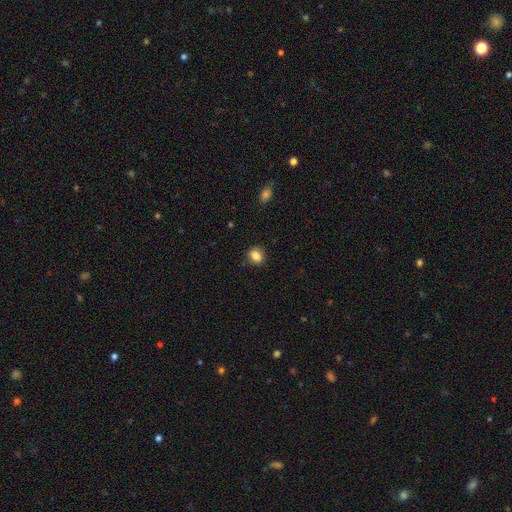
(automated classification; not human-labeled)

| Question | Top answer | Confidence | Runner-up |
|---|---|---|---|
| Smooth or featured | smooth | 85% | star or artifact (10%) |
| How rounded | round | 54% | in between (45%) |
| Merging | none | 87% | minor disturbance (10%) |